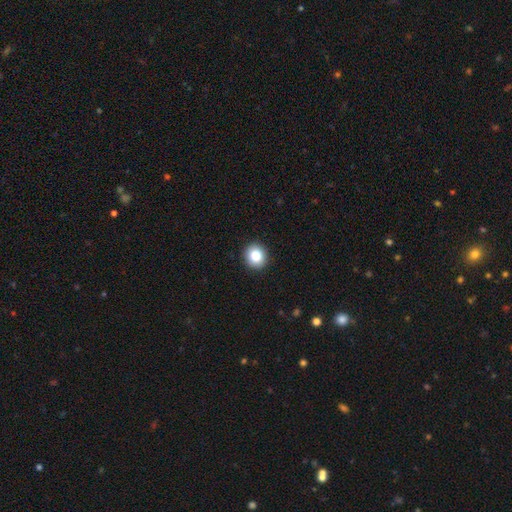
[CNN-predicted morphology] smooth-or-featured: smooth: 84% | star or artifact: 9% | featured or disk: 7%
  how-rounded: round: 89% | in between: 10% | cigar-shaped: 1%
  merging: none: 93% | minor disturbance: 5% | major disturbance: 1% | merger: 1%